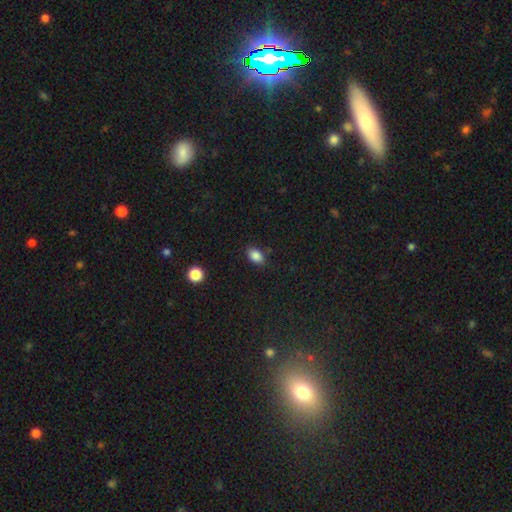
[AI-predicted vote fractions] The model was most divided on "how rounded": in between: 81%, round: 17%, cigar-shaped: 1%. More confident: smooth or featured — smooth (85%); merging — none (81%).